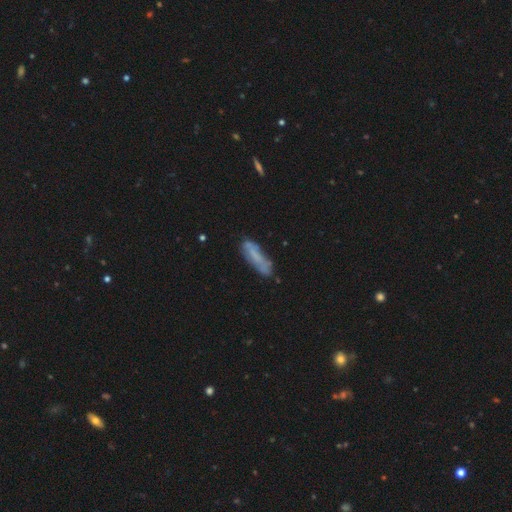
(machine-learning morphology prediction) The model was most divided on "smooth or featured": smooth: 53%, featured or disk: 38%, star or artifact: 9%. More confident: merging — none (67%); how rounded — cigar-shaped (60%).